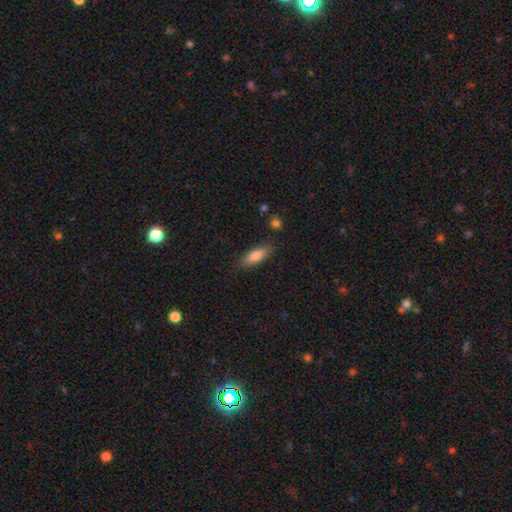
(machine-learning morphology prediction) Overall: smooth (78%). How rounded: in between (54%; cigar-shaped 44%). Merging: none (83%).